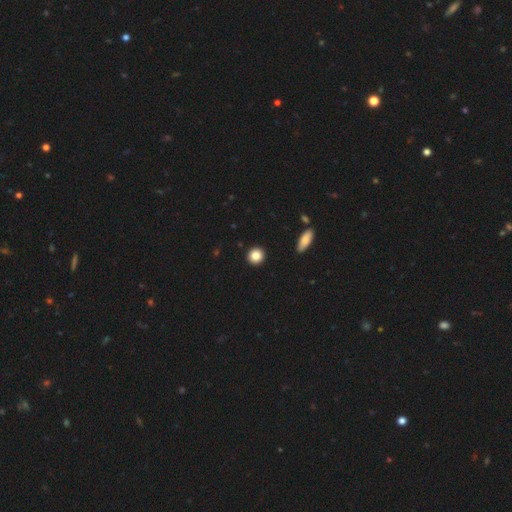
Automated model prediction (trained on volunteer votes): This is clearly a smooth galaxy (86%). How rounded: clearly round (92%). Merging: clearly none (93%).